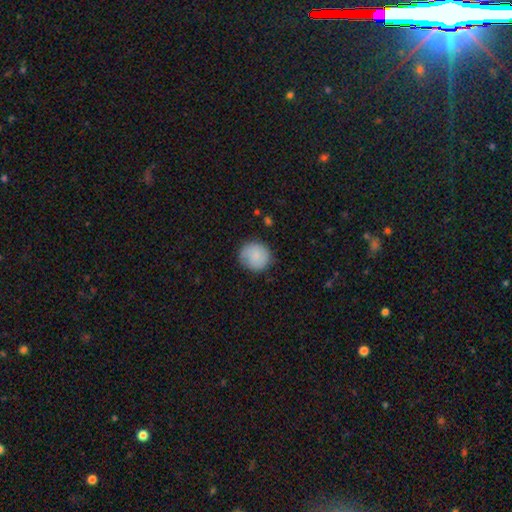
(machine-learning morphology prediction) This is clearly a smooth galaxy (82%). How rounded: clearly round (88%). Merging: likely none (78%).